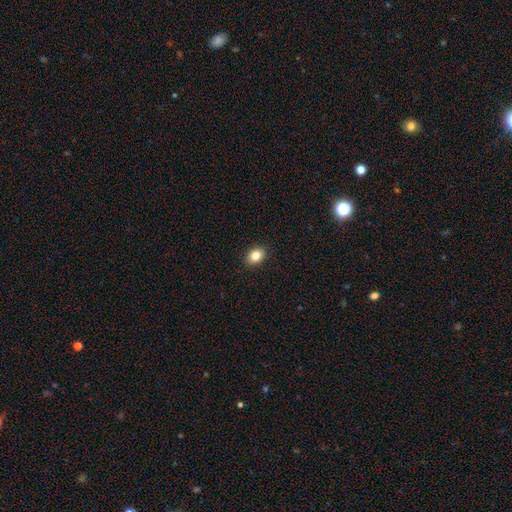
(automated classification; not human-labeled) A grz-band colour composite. It shows a smooth galaxy with no disk features (84%) that is in between round and cigar-shaped (67%). Merging: none (91%).